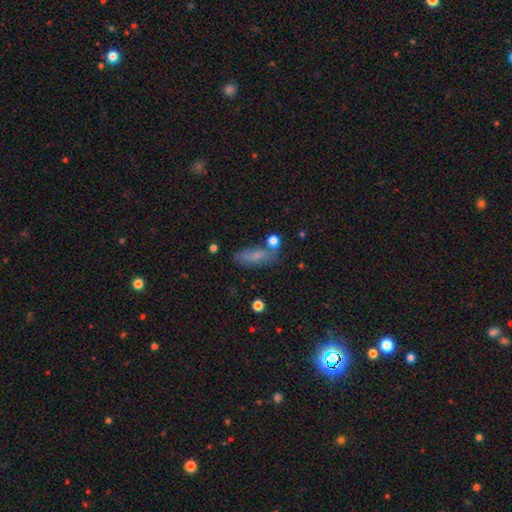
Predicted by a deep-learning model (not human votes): smooth-or-featured: smooth: 71% | featured or disk: 17% | star or artifact: 12%
  how-rounded: in between: 61% | cigar-shaped: 34% | round: 5%
  merging: none: 63% | minor disturbance: 20% | merger: 9% | major disturbance: 8%